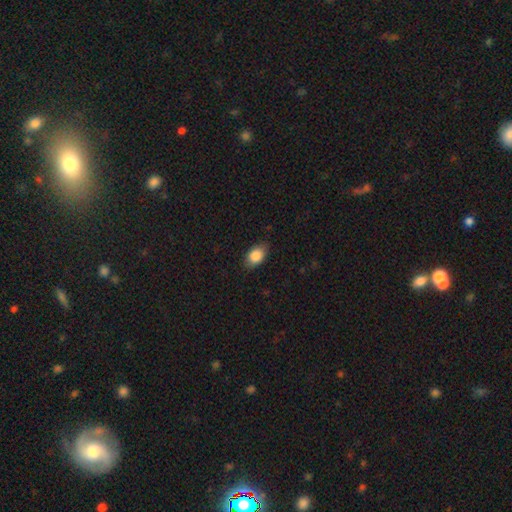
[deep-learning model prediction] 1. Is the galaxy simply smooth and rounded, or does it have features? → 87% smooth, 7% star or artifact, 6% featured or disk.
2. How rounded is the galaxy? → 87% in between, 11% round, 2% cigar-shaped.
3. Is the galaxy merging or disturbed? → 82% none, 14% minor disturbance, 3% major disturbance, 1% merger.